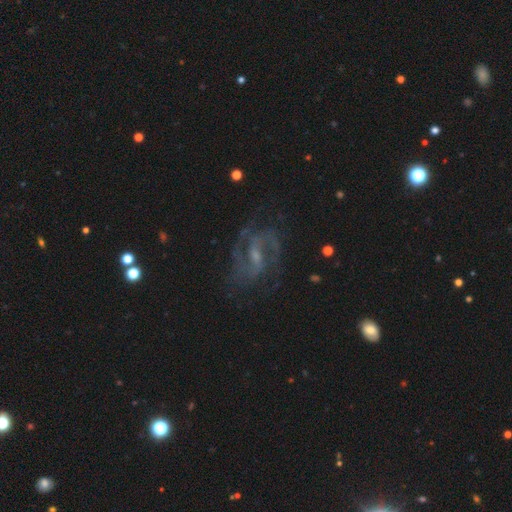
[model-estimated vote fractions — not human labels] Morphology: type=featured or disk (83%); edge-on=no (97%); bar=weak (53%); spiral arms=yes (96%); winding=medium (54%); arm count=2 (67%); bulge=small (58%); merging=none (76%).